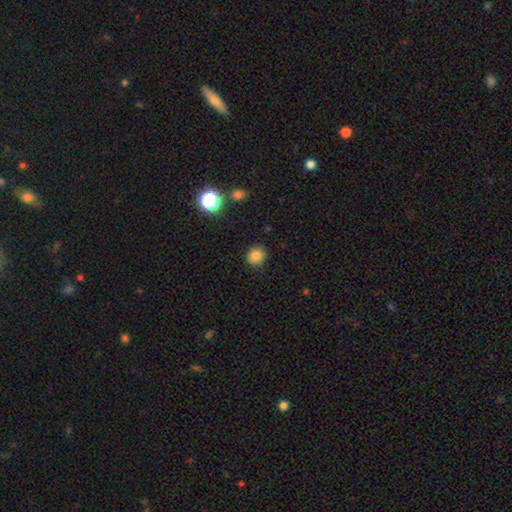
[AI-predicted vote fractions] Smooth or featured? smooth (81%)
How rounded? round (88%)
Merging? none (89%)